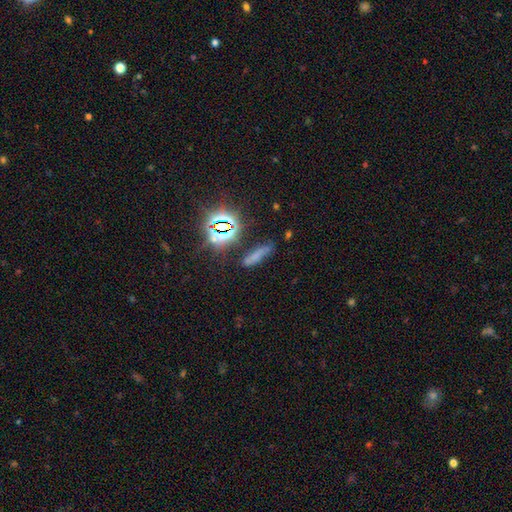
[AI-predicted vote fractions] A smooth galaxy with no disk features (56%) that is cigar-shaped (75%).

Vote fractions:
- Smooth or featured? smooth: 56% / star or artifact: 29% / featured or disk: 14%
- How rounded? cigar-shaped: 75% / in between: 19% / round: 5%
- Merging? none: 68% / minor disturbance: 19% / major disturbance: 7% / merger: 5%